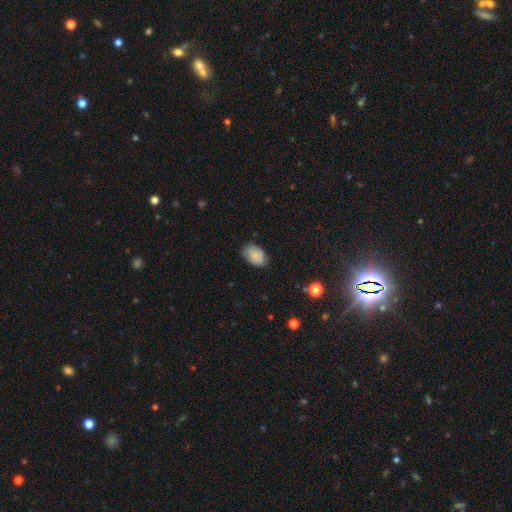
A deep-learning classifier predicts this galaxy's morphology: Smooth or featured? Predicted: smooth (p=0.82). How rounded? Predicted: in between (p=0.84). Merging? Predicted: none (p=0.74).